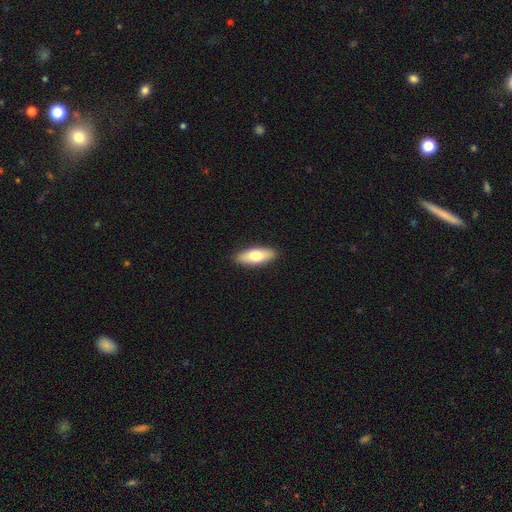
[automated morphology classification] Smooth or featured? smooth (73%)
How rounded? in between (69%)
Merging? none (89%)